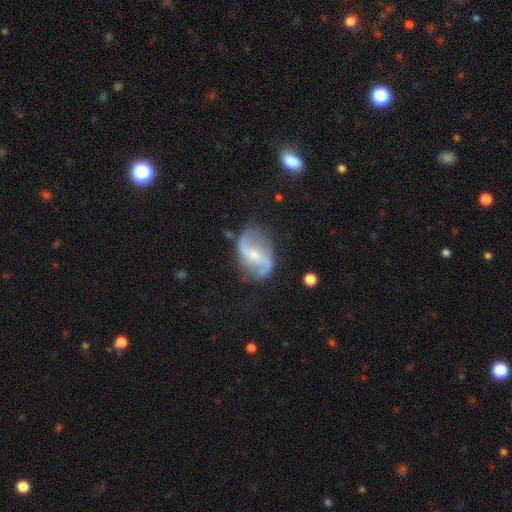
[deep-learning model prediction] Smooth or featured?
  - featured or disk: 86% *
  - smooth: 9%
  - star or artifact: 5%
Edge-on disk?
  - no: 97% *
  - yes: 3%
Bar?
  - weak: 42% *
  - strong: 34%
  - no: 24%
Spiral arms?
  - yes: 95% *
  - no: 5%
Spiral winding?
  - loose: 68% *
  - medium: 25%
  - tight: 7%
Spiral arm count?
  - 2: 93% *
  - can't tell: 3%
  - 1: 2%
  - 3: 1%
  - 4: 1%
  - more than 4: 1%
Bulge size?
  - small: 57% *
  - moderate: 36%
  - none: 4%
  - large: 2%
  - dominant: 1%
Merging?
  - none: 78% *
  - minor disturbance: 15%
  - major disturbance: 6%
  - merger: 2%